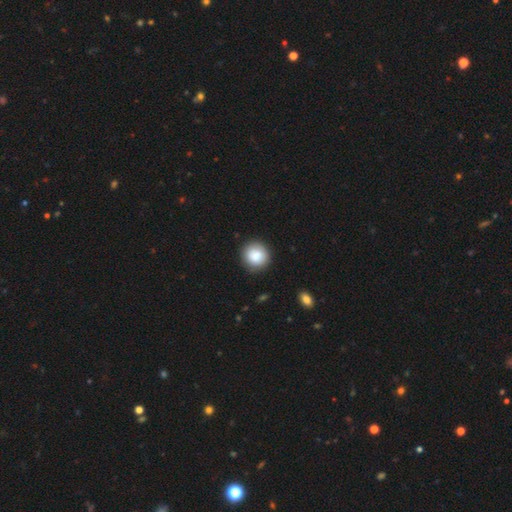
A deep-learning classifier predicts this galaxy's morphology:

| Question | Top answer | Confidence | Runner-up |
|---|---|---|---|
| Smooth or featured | smooth | 86% | star or artifact (8%) |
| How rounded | round | 93% | in between (6%) |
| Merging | none | 87% | minor disturbance (9%) |